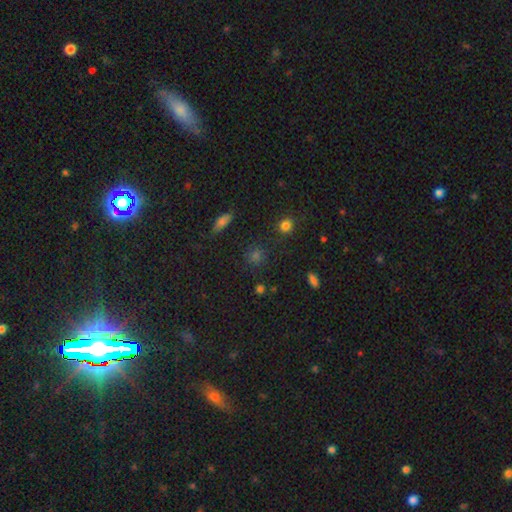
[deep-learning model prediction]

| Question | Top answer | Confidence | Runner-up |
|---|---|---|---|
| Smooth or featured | smooth | 58% | star or artifact (34%) |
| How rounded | round | 83% | in between (14%) |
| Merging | none | 82% | minor disturbance (10%) |